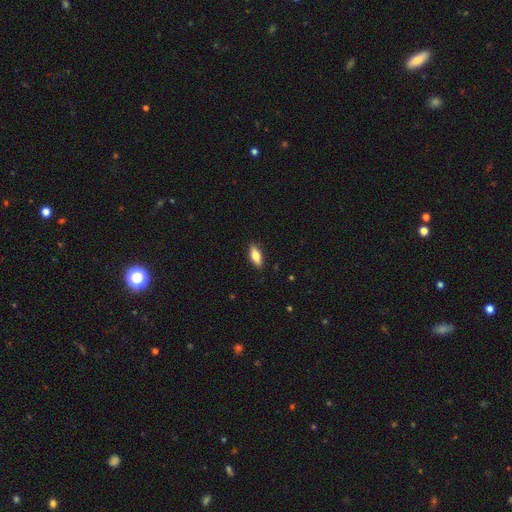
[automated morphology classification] Overall: smooth (74%). How rounded: in between (76%). Merging: none (87%).